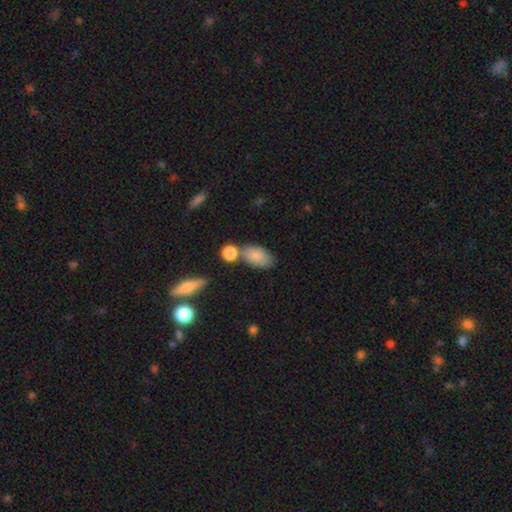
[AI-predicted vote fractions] Smooth or featured: smooth — 83% (featured or disk — 9%)
How rounded: in between — 90% (round — 7%)
Merging: none — 57% (merger — 23%)